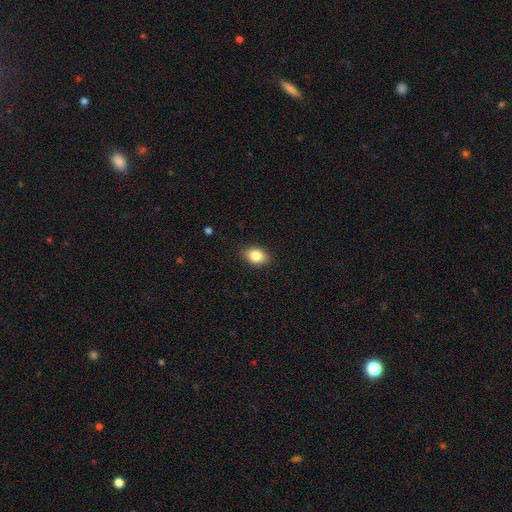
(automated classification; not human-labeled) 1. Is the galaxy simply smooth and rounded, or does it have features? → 85% smooth, 8% star or artifact, 7% featured or disk.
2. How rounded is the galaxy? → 77% in between, 22% round, 1% cigar-shaped.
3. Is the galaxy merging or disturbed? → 87% none, 10% minor disturbance, 2% major disturbance, 1% merger.